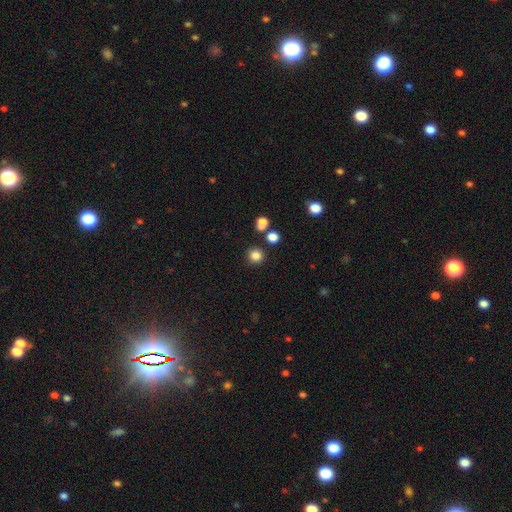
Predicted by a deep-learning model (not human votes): Overall: smooth (82%). How rounded: round (92%). Merging: none (86%).